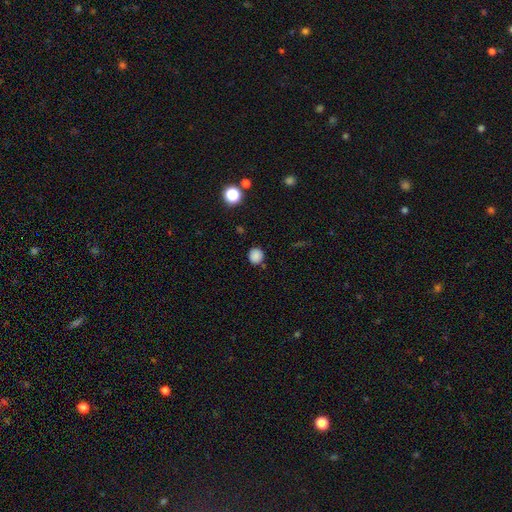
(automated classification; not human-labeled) Q: Smooth or featured?
A: smooth (84%); runner-up: star or artifact (12%)
Q: How rounded?
A: round (87%); runner-up: in between (12%)
Q: Merging?
A: none (84%); runner-up: minor disturbance (10%)